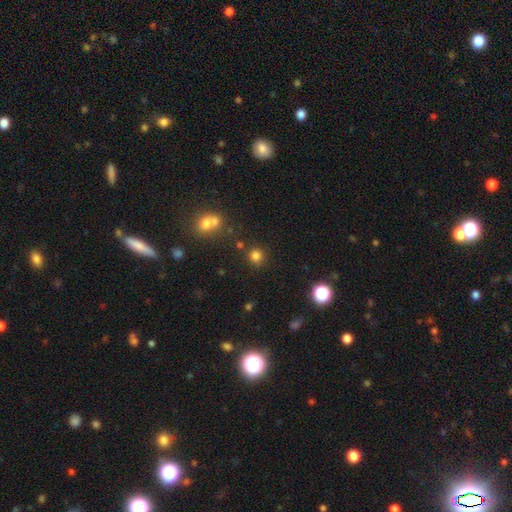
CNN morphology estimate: The model was most divided on "smooth or featured": smooth: 78%, star or artifact: 17%, featured or disk: 5%. More confident: how rounded — round (91%); merging — none (81%).